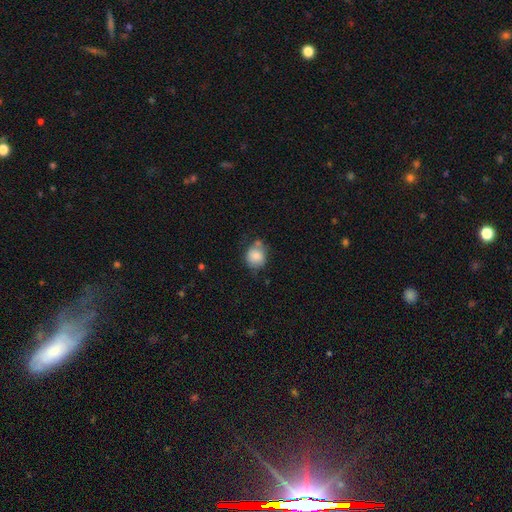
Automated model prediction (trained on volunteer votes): Morphology: type=smooth (82%); roundness=round (80%); merging=none (60%).